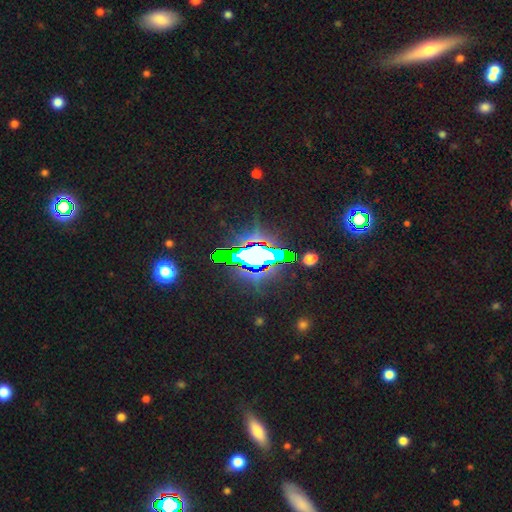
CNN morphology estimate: A star or artifact, not a galaxy (67%).

Vote fractions:
- Smooth or featured? star or artifact: 67% / smooth: 18% / featured or disk: 14%